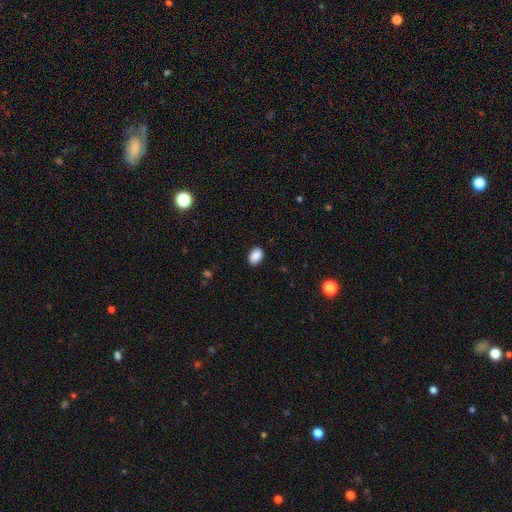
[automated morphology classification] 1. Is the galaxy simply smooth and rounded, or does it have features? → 89% smooth, 8% star or artifact, 3% featured or disk.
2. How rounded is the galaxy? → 83% in between, 16% round, 1% cigar-shaped.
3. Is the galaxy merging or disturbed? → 88% none, 9% minor disturbance, 2% major disturbance, 1% merger.